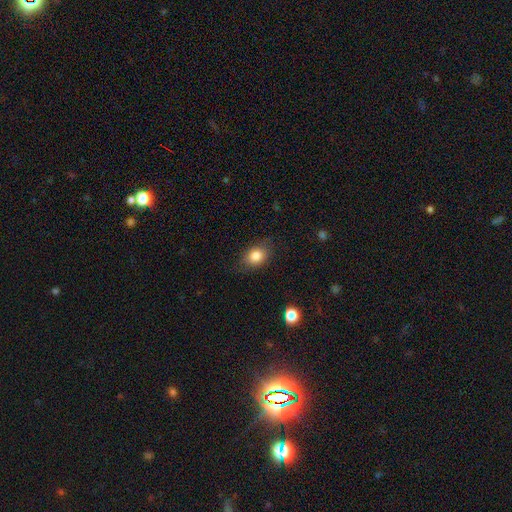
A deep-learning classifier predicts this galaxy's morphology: A smooth galaxy with no disk features (81%) that is in between round and cigar-shaped (61%).

Vote fractions:
- Smooth or featured? smooth: 81% / star or artifact: 10% / featured or disk: 9%
- How rounded? in between: 61% / round: 38% / cigar-shaped: 1%
- Merging? none: 78% / minor disturbance: 16% / major disturbance: 4% / merger: 1%